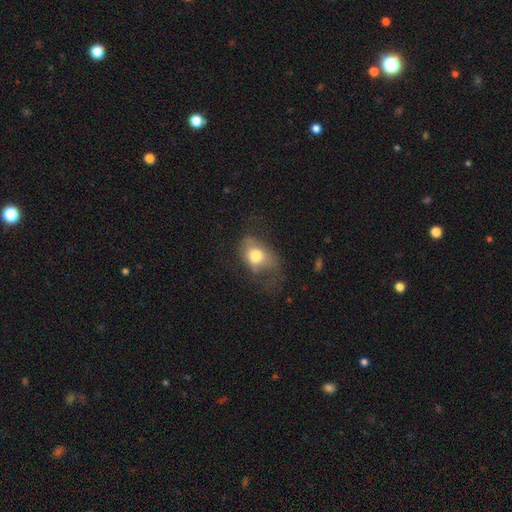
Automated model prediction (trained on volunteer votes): A smooth galaxy with no disk features (69%) that is in between round and cigar-shaped (77%).

Vote fractions:
- Smooth or featured? smooth: 69% / featured or disk: 22% / star or artifact: 8%
- How rounded? in between: 77% / round: 22% / cigar-shaped: 2%
- Merging? major disturbance: 40% / none: 29% / minor disturbance: 28% / merger: 3%